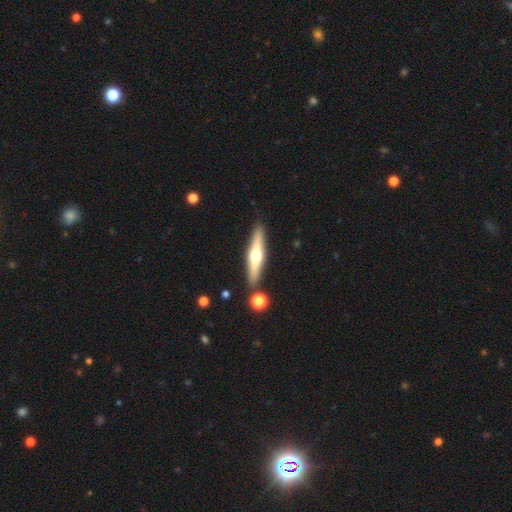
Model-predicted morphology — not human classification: smooth_or_featured: featured or disk (p=0.58) [alt: smooth p=0.36]
disk_edge_on: yes (p=0.94) [alt: no p=0.06]
edge_on_bulge: rounded (p=0.93) [alt: none p=0.04]
merging: none (p=0.86) [alt: minor disturbance p=0.08]